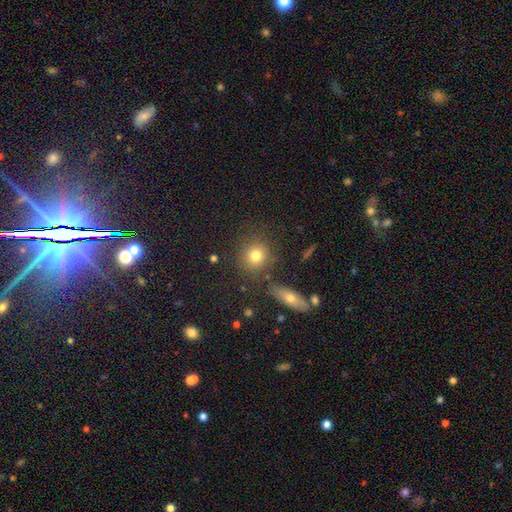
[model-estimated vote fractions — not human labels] A smooth galaxy with no disk features (77%) that is round (82%).

Vote fractions:
- Smooth or featured? smooth: 77% / star or artifact: 13% / featured or disk: 10%
- How rounded? round: 82% / in between: 16% / cigar-shaped: 2%
- Merging? none: 79% / minor disturbance: 10% / merger: 7% / major disturbance: 4%